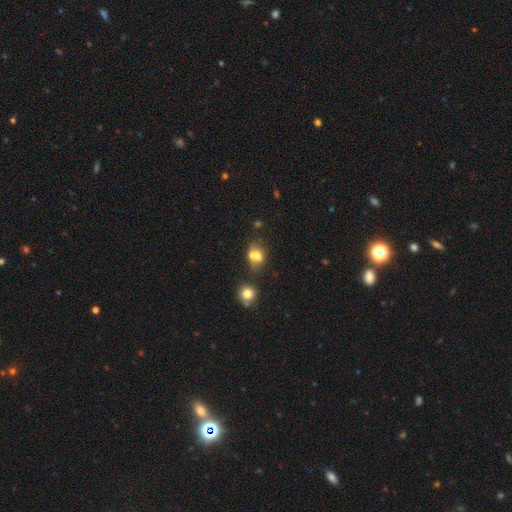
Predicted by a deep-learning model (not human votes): This appears to be a smooth galaxy with no disk features (65%) that is round (50%). Merging: merger (48%).